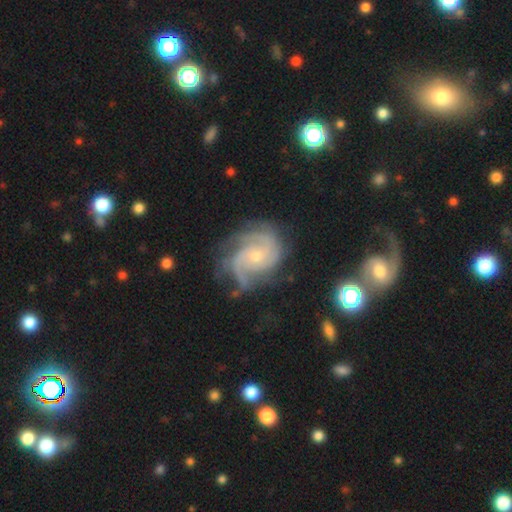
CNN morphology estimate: Smooth or featured?
  - featured or disk: 90% *
  - star or artifact: 5%
  - smooth: 5%
Edge-on disk?
  - no: 98% *
  - yes: 2%
Bar?
  - no: 70% *
  - weak: 25%
  - strong: 5%
Spiral arms?
  - yes: 98% *
  - no: 2%
Spiral winding?
  - tight: 50% *
  - medium: 42%
  - loose: 8%
Spiral arm count?
  - 3: 43% *
  - 2: 25%
  - can't tell: 12%
  - 4: 10%
  - 1: 5%
  - more than 4: 5%
Bulge size?
  - small: 66% *
  - moderate: 31%
  - none: 1%
  - large: 1%
  - dominant: 1%
Merging?
  - none: 65% *
  - minor disturbance: 23%
  - major disturbance: 11%
  - merger: 2%